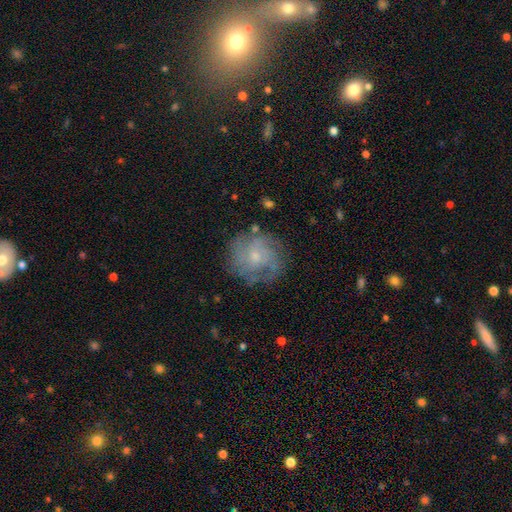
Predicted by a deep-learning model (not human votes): featured or disk 65%, smooth 26%, star or artifact 9%. Down the decision tree: edge-on disk — no (97%); bar — no (74%); spiral arms — yes (79%); spiral arm count — can't tell (48%); spiral winding — tight (50%); bulge size — small (63%); merging — none (74%).